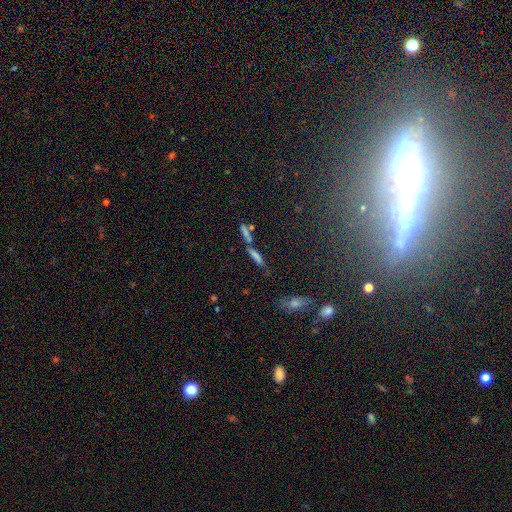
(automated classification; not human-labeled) Smooth or featured?
  - smooth: 54% *
  - featured or disk: 28%
  - star or artifact: 18%
How rounded?
  - cigar-shaped: 82% *
  - in between: 14%
  - round: 4%
Merging?
  - none: 53% *
  - merger: 28%
  - minor disturbance: 13%
  - major disturbance: 6%